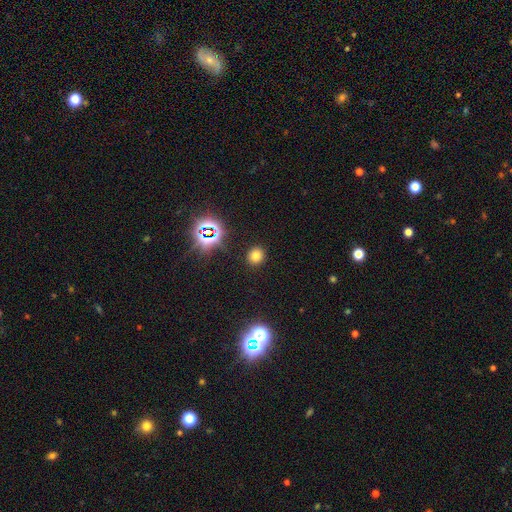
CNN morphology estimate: Smooth or featured: smooth — 72% (star or artifact — 22%)
How rounded: round — 83% (in between — 16%)
Merging: none — 89% (minor disturbance — 6%)